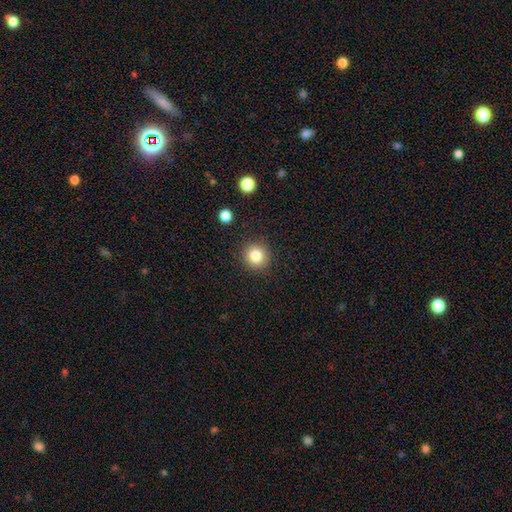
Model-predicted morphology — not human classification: A smooth galaxy with no disk features (82%) that is round (92%). Merging: none (90%).